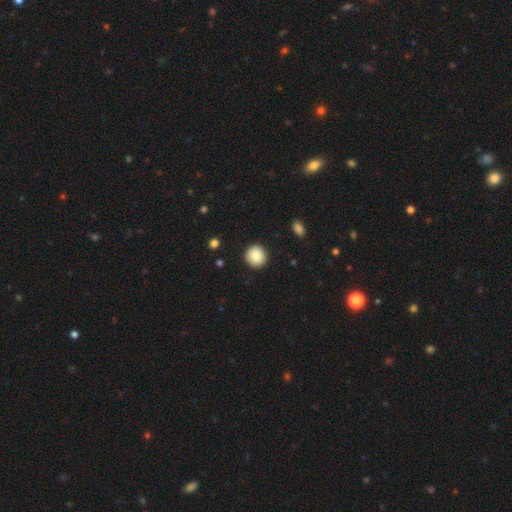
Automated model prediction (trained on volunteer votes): smooth 83%, featured or disk 9%, star or artifact 8%. Down the decision tree: how rounded — round (94%); merging — none (93%).